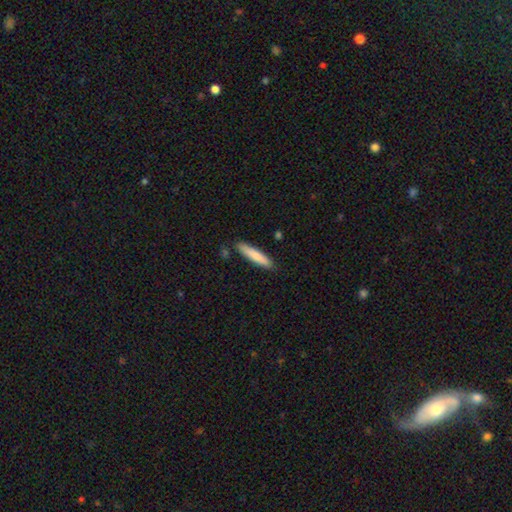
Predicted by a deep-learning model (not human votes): Overall: smooth (78%). How rounded: cigar-shaped (87%). Merging: none (86%).